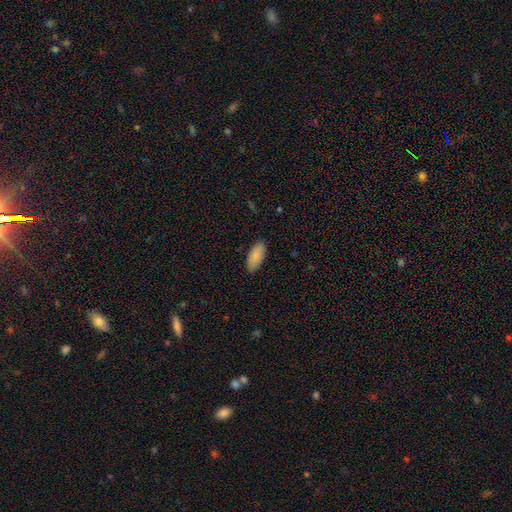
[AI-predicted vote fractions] The model was most divided on "merging": none: 85%, minor disturbance: 12%, major disturbance: 2%, merger: 1%. More confident: how rounded — in between (89%); smooth or featured — smooth (88%).